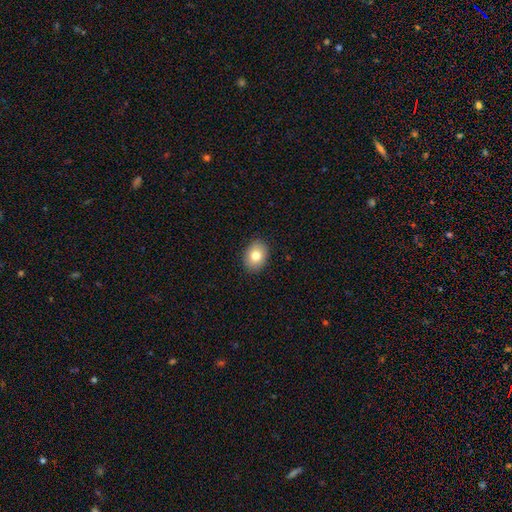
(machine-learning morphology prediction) Overall: smooth (80%). How rounded: in between (65%; round 34%). Merging: none (90%).